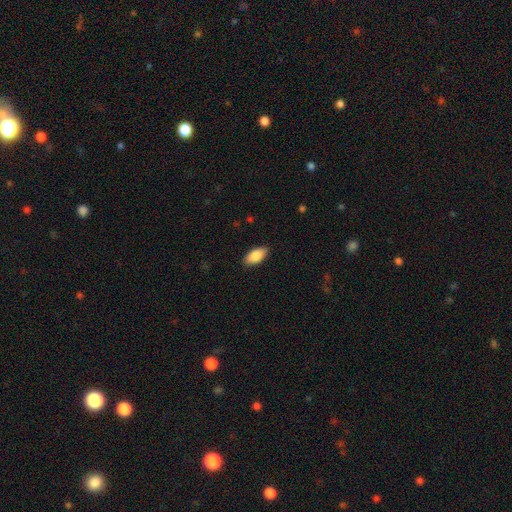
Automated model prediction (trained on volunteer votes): Smooth or featured?
  - smooth: 86% *
  - featured or disk: 8%
  - star or artifact: 6%
How rounded?
  - in between: 92% *
  - cigar-shaped: 6%
  - round: 2%
Merging?
  - none: 88% *
  - minor disturbance: 9%
  - major disturbance: 2%
  - merger: 1%